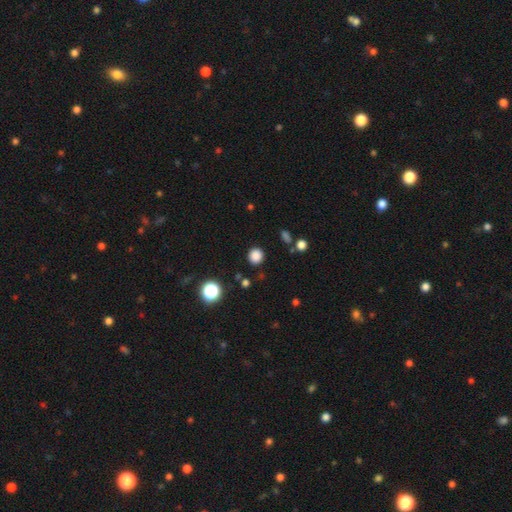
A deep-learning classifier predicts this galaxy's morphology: The model was most divided on "smooth or featured": smooth: 83%, star or artifact: 14%, featured or disk: 3%. More confident: how rounded — round (90%); merging — none (89%).